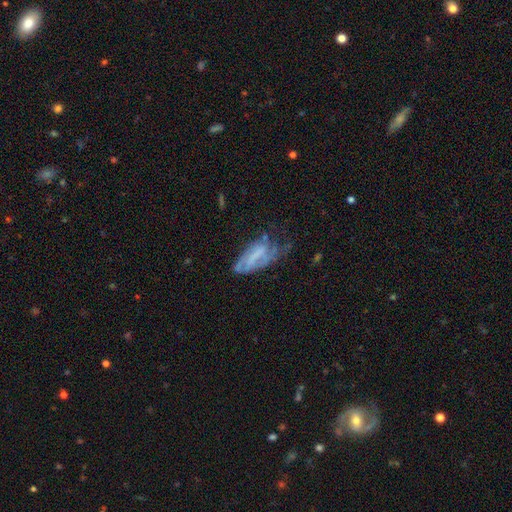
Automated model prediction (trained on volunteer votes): Smooth or featured: featured or disk — 55% (smooth — 34%)
Edge-on disk: no — 90% (yes — 10%)
Merging: major disturbance — 33% (minor disturbance — 32%)